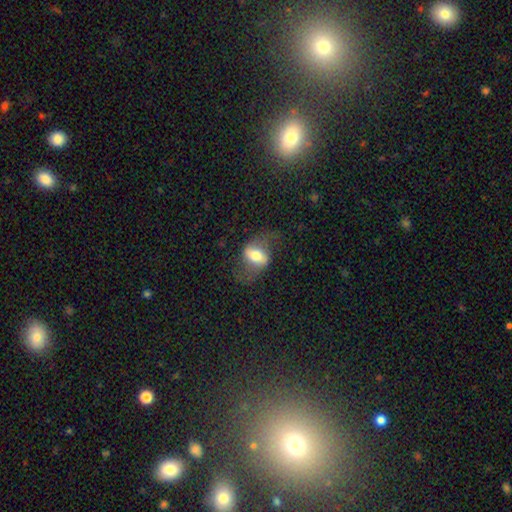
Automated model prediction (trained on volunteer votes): This appears to be a featured or disk galaxy (62%) with a strong bar (43%), spiral arms (78%) and a moderate central bulge (55%). Merging: none (62%).